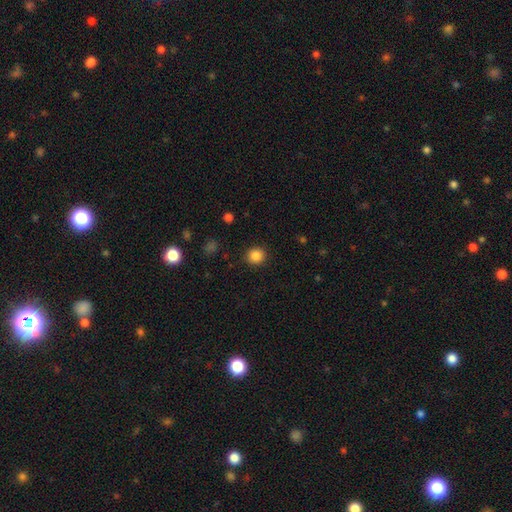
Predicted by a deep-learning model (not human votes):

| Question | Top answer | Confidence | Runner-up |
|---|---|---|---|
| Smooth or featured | smooth | 86% | star or artifact (11%) |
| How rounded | round | 90% | in between (9%) |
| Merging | none | 90% | minor disturbance (6%) |